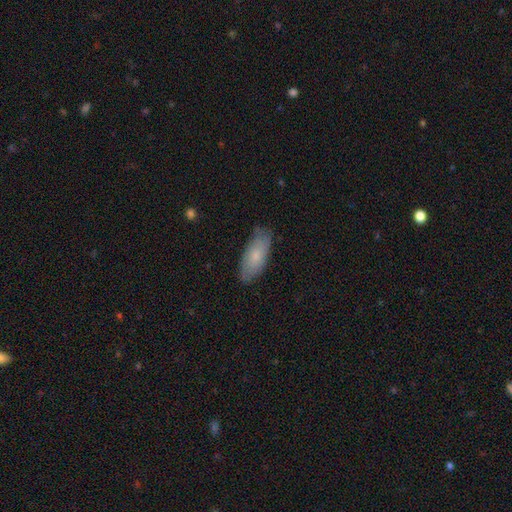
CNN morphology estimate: This appears to be a smooth galaxy with no disk features (70%) that is in between round and cigar-shaped (80%). Merging: none (80%).